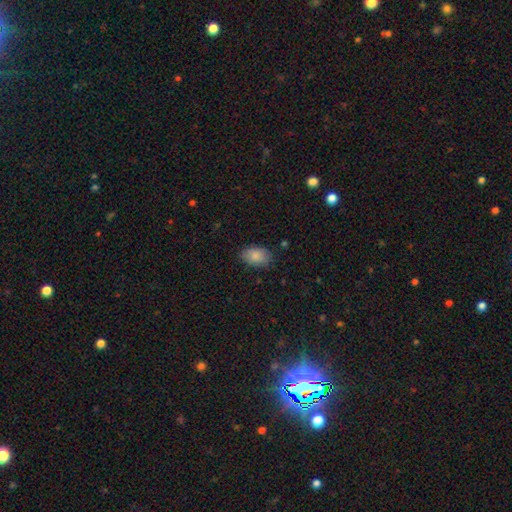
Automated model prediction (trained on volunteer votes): Smooth or featured? Predicted: smooth (p=0.87). How rounded? Predicted: in between (p=0.89). Merging? Predicted: none (p=0.82).